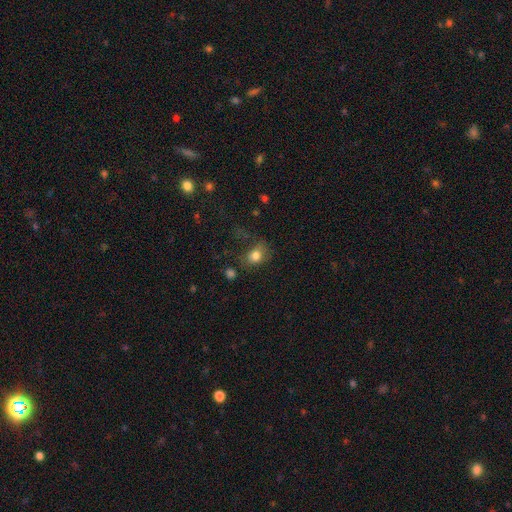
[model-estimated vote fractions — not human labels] The model was most divided on "how rounded": in between: 60%, round: 39%, cigar-shaped: 1%. Remaining: smooth or featured — smooth (79%); merging — none (48%).